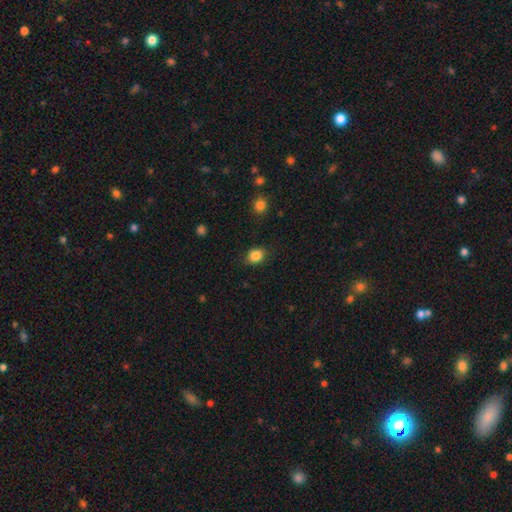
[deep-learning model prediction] Smooth or featured?
  - smooth: 86% *
  - star or artifact: 10%
  - featured or disk: 5%
How rounded?
  - in between: 55% *
  - round: 44%
  - cigar-shaped: 1%
Merging?
  - none: 82% *
  - minor disturbance: 13%
  - major disturbance: 3%
  - merger: 1%